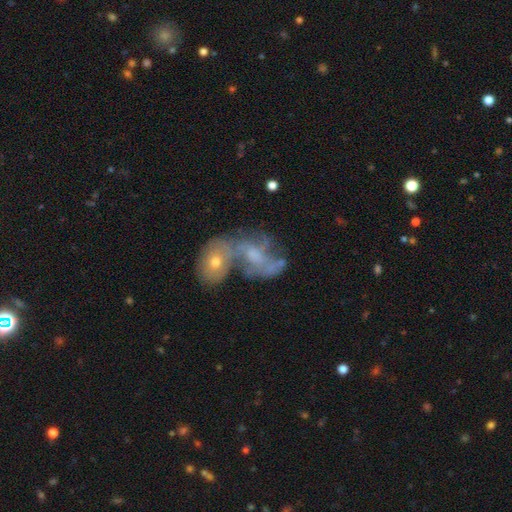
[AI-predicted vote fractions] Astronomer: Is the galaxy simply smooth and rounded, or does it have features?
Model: featured or disk — 65%.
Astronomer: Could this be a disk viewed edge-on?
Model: no — 96%.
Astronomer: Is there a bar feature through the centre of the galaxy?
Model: no — 71%.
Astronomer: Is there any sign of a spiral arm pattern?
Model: yes — 59% (runner-up: no, 41%).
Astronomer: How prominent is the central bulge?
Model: moderate — 38% (runner-up: small, 31%).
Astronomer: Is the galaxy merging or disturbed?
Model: merger — 55%.